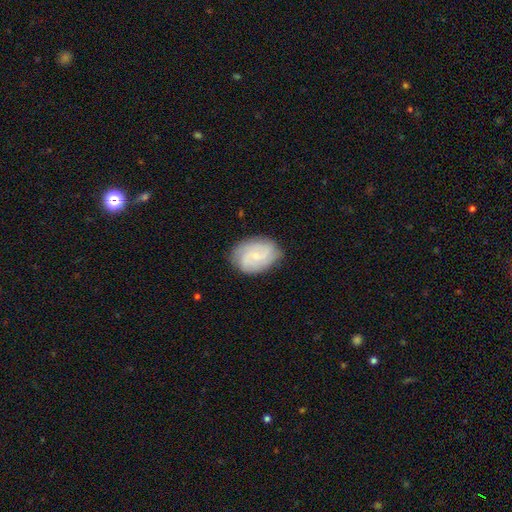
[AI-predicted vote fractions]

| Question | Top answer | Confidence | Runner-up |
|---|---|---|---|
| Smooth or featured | featured or disk | 62% | smooth (31%) |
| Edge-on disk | no | 97% | yes (3%) |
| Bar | no | 58% | weak (37%) |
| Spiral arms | yes | 91% | no (9%) |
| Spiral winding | tight | 42% | tied: medium (42%) |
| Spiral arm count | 2 | 36% | can't tell (28%) |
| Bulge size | small | 72% | moderate (16%) |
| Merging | none | 78% | minor disturbance (17%) |